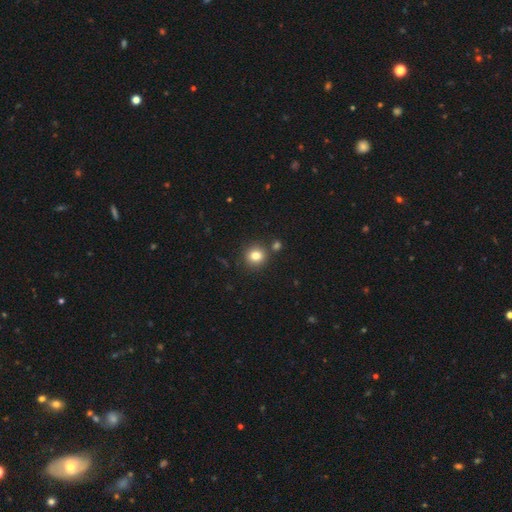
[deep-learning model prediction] Smooth or featured: smooth — 81% (star or artifact — 12%)
How rounded: round — 87% (in between — 12%)
Merging: none — 81% (merger — 8%)